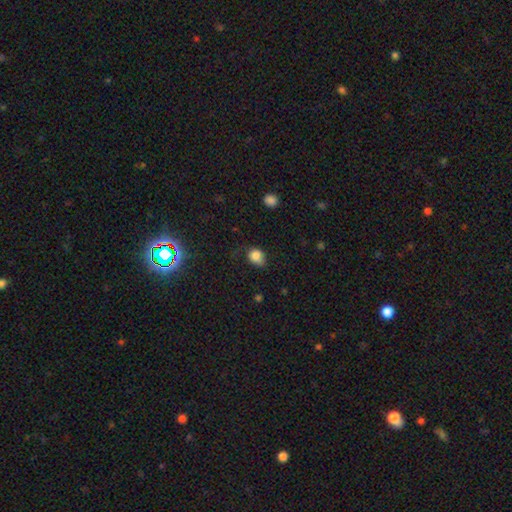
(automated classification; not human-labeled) smooth-or-featured: smooth: 83% | star or artifact: 11% | featured or disk: 6%
  how-rounded: in between: 51% | round: 48% | cigar-shaped: 1%
  merging: none: 49% | minor disturbance: 36% | major disturbance: 13% | merger: 2%